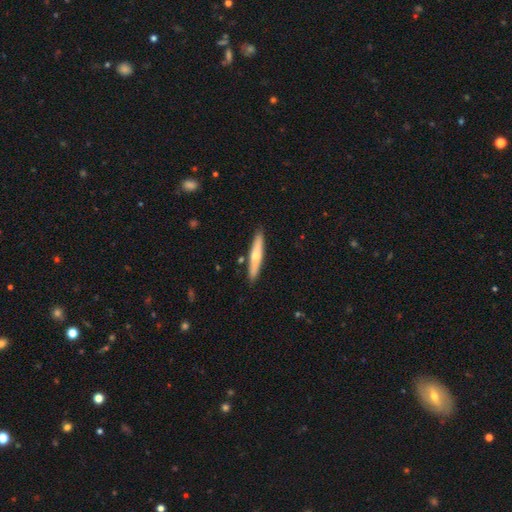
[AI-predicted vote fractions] smooth_or_featured: smooth (p=0.47) [tied with: featured or disk p=0.47]
merging: none (p=0.88) [alt: minor disturbance p=0.08]